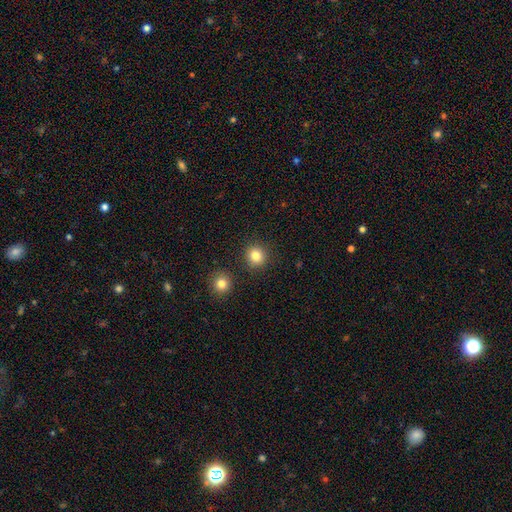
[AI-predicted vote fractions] A smooth galaxy with no disk features (83%) that is round (92%). Merging: none (89%).